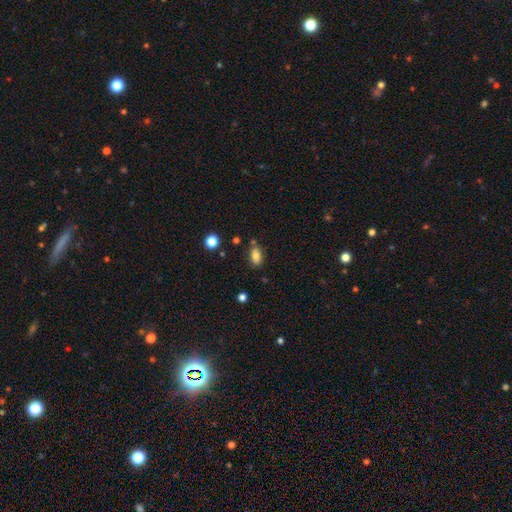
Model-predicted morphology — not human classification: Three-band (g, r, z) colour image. It shows a smooth galaxy with no disk features (80%) that is in between round and cigar-shaped (87%). Merging: none (72%).